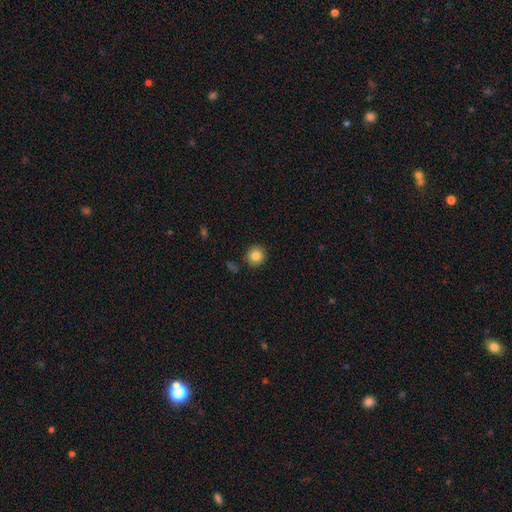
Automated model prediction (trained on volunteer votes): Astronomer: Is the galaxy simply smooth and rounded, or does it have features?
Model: smooth — 84%.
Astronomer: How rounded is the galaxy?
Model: round — 92%.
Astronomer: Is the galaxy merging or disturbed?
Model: none — 89%.